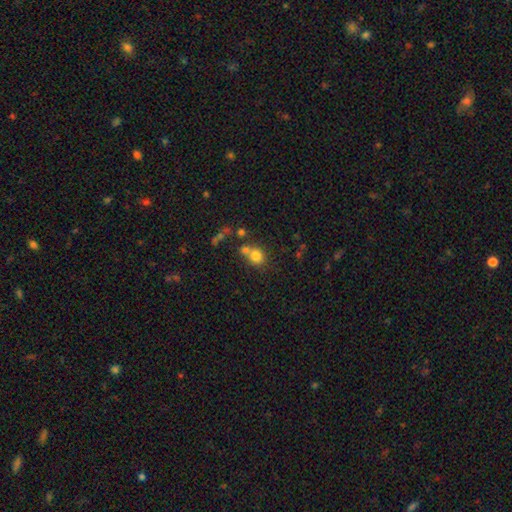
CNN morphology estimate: Smooth or featured?
  - smooth: 77% *
  - star or artifact: 12%
  - featured or disk: 10%
How rounded?
  - round: 78% *
  - in between: 21%
  - cigar-shaped: 1%
Merging?
  - none: 49% *
  - merger: 36%
  - minor disturbance: 10%
  - major disturbance: 5%